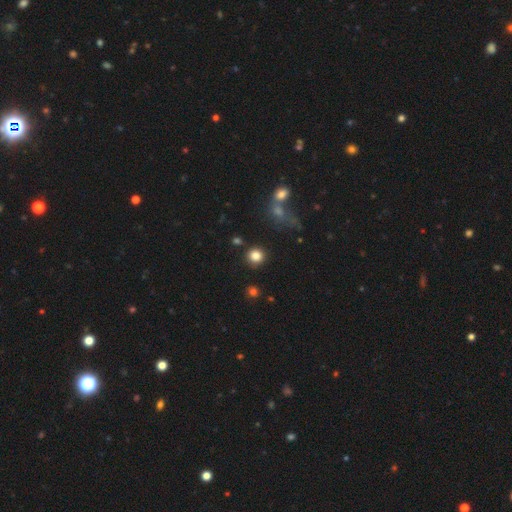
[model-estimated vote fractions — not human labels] smooth 83%, star or artifact 11%, featured or disk 5%. Down the decision tree: how rounded — round (92%); merging — none (87%).